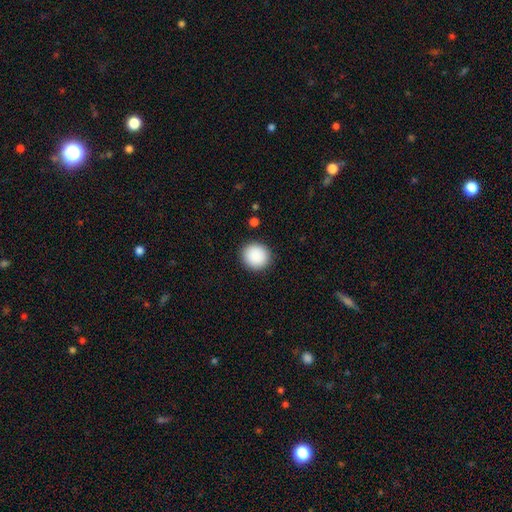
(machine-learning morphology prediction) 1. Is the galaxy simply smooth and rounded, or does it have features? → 90% smooth, 8% star or artifact, 3% featured or disk.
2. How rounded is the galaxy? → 90% round, 9% in between, 1% cigar-shaped.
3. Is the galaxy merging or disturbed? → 91% none, 6% minor disturbance, 2% major disturbance, 1% merger.